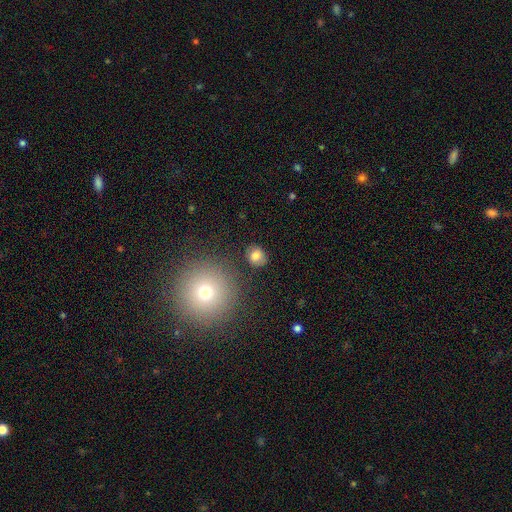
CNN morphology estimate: Smooth or featured? Predicted: smooth (p=0.78). How rounded? Predicted: round (p=0.73). Merging? Predicted: none (p=0.84).